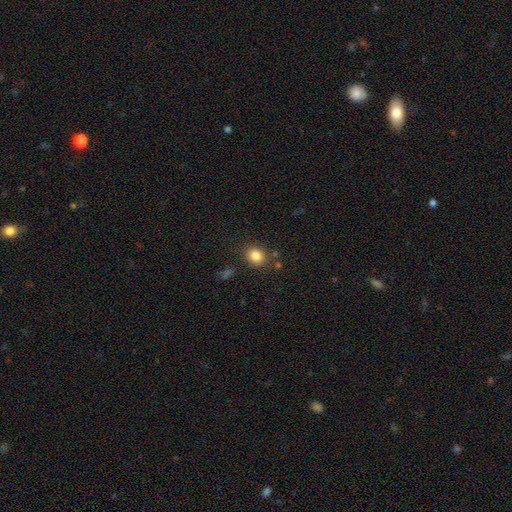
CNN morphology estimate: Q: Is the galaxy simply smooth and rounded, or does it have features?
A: smooth — 84%.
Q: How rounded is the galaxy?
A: round — 74%.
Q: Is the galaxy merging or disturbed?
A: none — 82%.